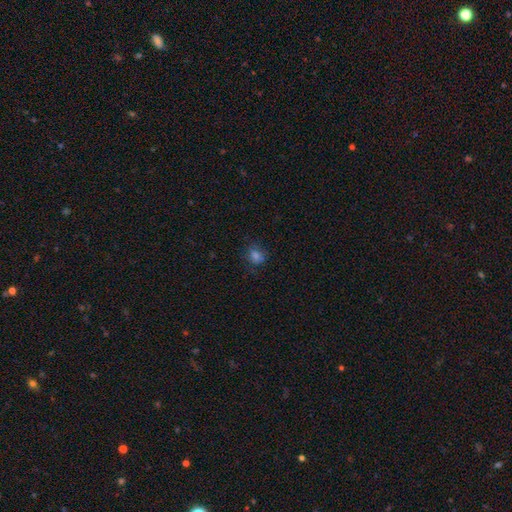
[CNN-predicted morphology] type=smooth (69%); roundness=round (67%); merging=none (76%).